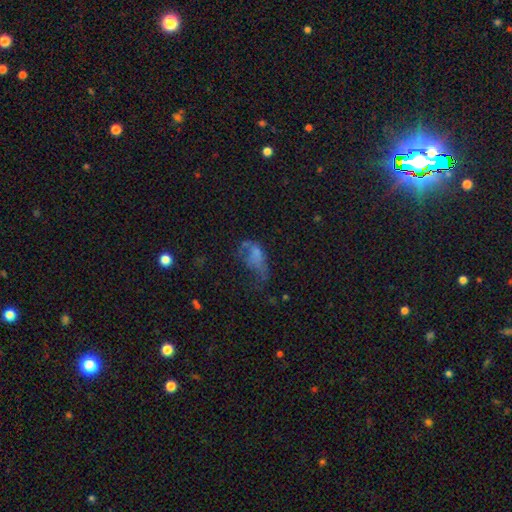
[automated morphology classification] Smooth or featured? Predicted: smooth (p=0.47). Merging? Predicted: major disturbance (p=0.48).